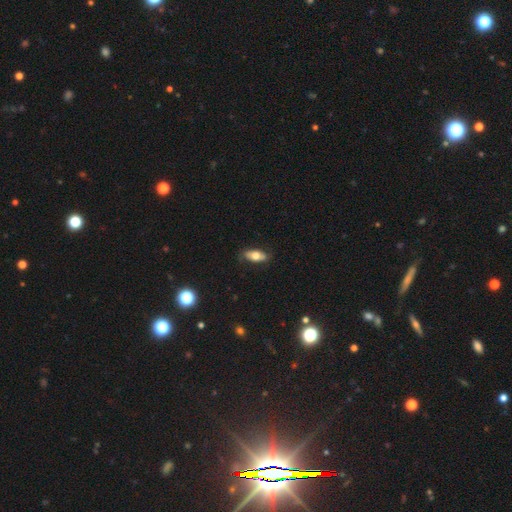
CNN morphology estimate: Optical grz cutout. It shows a smooth galaxy with no disk features (67%) that is in between round and cigar-shaped (84%). Merging: none (79%).